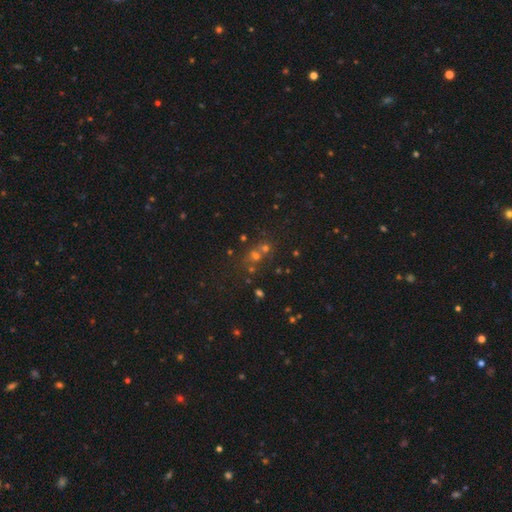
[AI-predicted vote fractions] Q: Smooth or featured?
A: smooth (46%); runner-up: star or artifact (38%)
Q: Merging?
A: none (50%); runner-up: merger (37%)